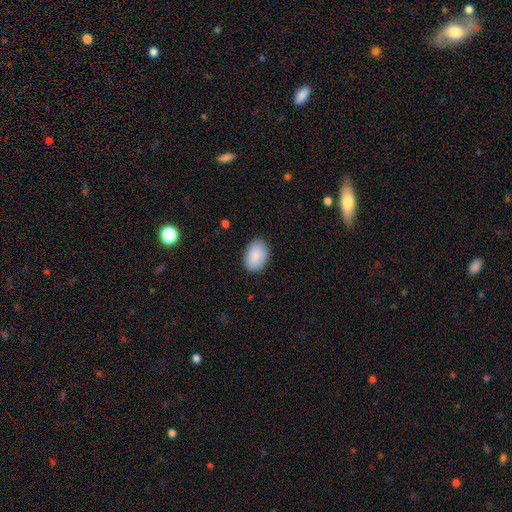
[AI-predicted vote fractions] A smooth galaxy with no disk features (89%) that is in between round and cigar-shaped (86%).

Vote fractions:
- Smooth or featured? smooth: 89% / star or artifact: 6% / featured or disk: 5%
- How rounded? in between: 86% / round: 12% / cigar-shaped: 1%
- Merging? none: 86% / minor disturbance: 10% / major disturbance: 2% / merger: 1%